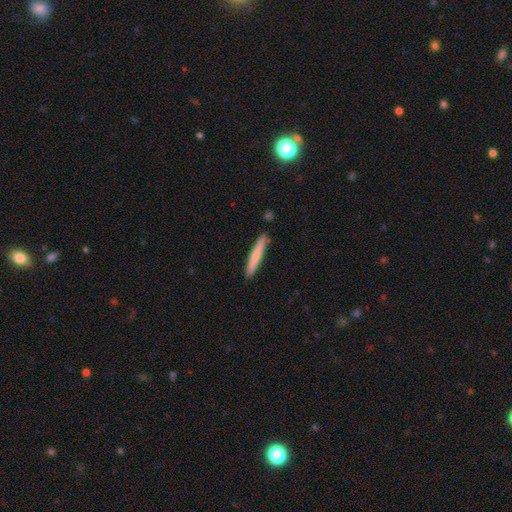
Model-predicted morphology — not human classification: Overall: smooth (73%). How rounded: cigar-shaped (95%). Merging: none (87%).